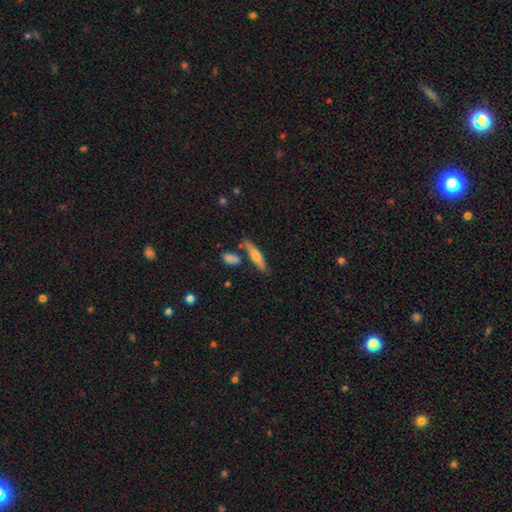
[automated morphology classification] smooth 52%, featured or disk 42%, star or artifact 6%. Down the decision tree: how rounded — cigar-shaped (78%); merging — none (73%).